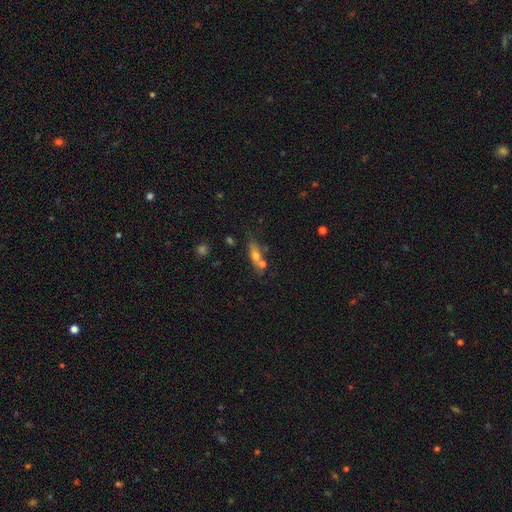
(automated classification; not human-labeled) smooth-or-featured: smooth: 62% | featured or disk: 28% | star or artifact: 10%
  how-rounded: in between: 57% | cigar-shaped: 36% | round: 7%
  merging: none: 48% | merger: 30% | minor disturbance: 15% | major disturbance: 6%